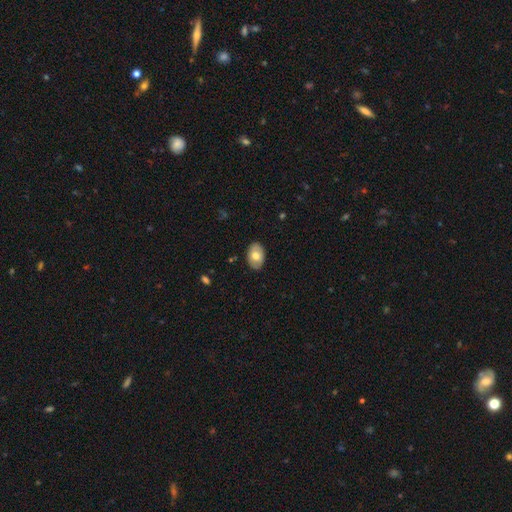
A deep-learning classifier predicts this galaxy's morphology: A smooth galaxy with no disk features (68%) that is in between round and cigar-shaped (88%). Merging: none (87%).